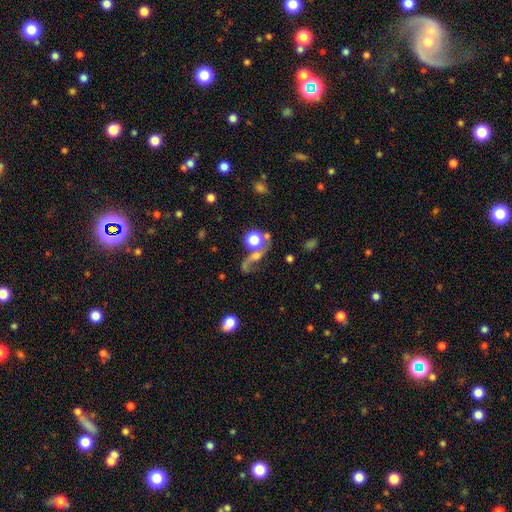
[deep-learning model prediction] Smooth or featured: featured or disk — 47% (smooth — 29%)
Merging: none — 42% (major disturbance — 23%)